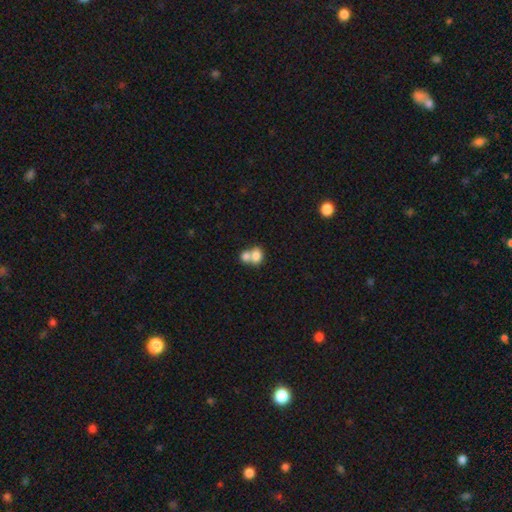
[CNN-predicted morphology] The model was most divided on "how rounded": in between: 55%, round: 43%, cigar-shaped: 1%. More confident: smooth or featured — smooth (78%); merging — merger (66%).